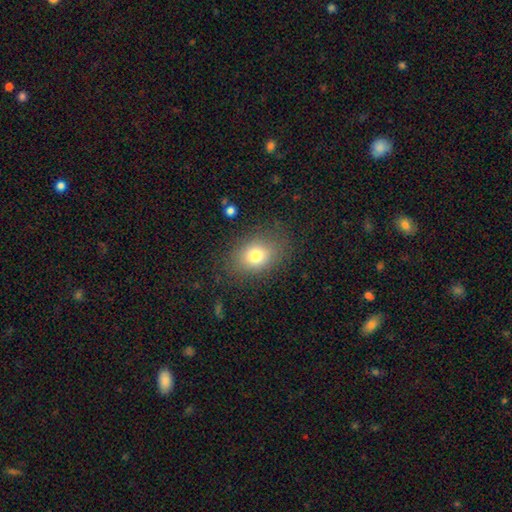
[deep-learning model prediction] Q: Smooth or featured?
A: smooth (75%); runner-up: star or artifact (12%)
Q: How rounded?
A: in between (61%); runner-up: round (37%)
Q: Merging?
A: none (80%); runner-up: minor disturbance (13%)